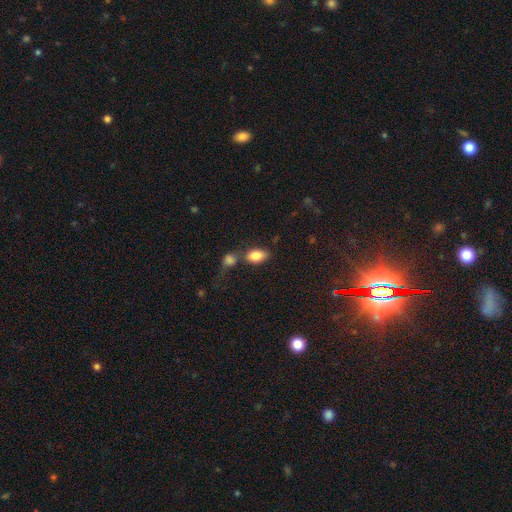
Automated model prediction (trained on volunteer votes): This is clearly a smooth galaxy (85%). How rounded: clearly in between (90%). Merging: marginally none (43%).